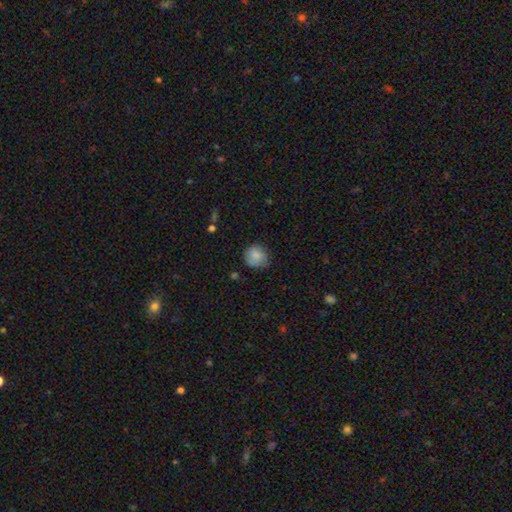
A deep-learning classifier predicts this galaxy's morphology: Q: Smooth or featured?
A: smooth (83%); runner-up: featured or disk (9%)
Q: How rounded?
A: round (84%); runner-up: in between (15%)
Q: Merging?
A: none (68%); runner-up: minor disturbance (24%)